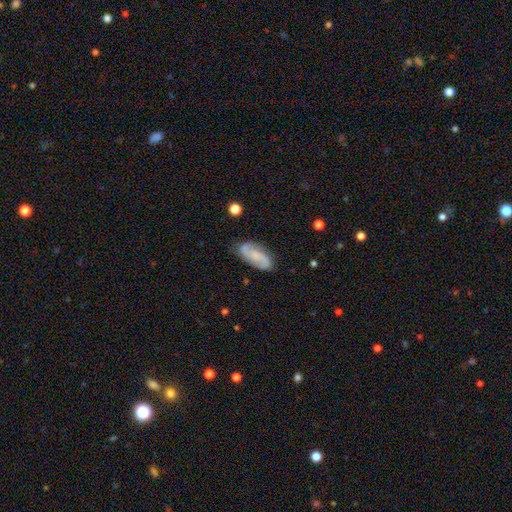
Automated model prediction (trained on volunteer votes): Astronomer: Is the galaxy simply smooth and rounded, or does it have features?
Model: featured or disk — 66%.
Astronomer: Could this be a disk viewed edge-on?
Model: no — 95%.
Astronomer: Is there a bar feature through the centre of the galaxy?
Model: no — 49% (runner-up: weak, 39%).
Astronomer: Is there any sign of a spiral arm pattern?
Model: yes — 94%.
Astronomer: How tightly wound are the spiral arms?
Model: medium — 44% (runner-up: loose, 30%).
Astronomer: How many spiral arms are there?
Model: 2 — 88%.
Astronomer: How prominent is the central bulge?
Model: none — 42% (runner-up: small, 37%).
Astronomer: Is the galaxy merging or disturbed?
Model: none — 79%.